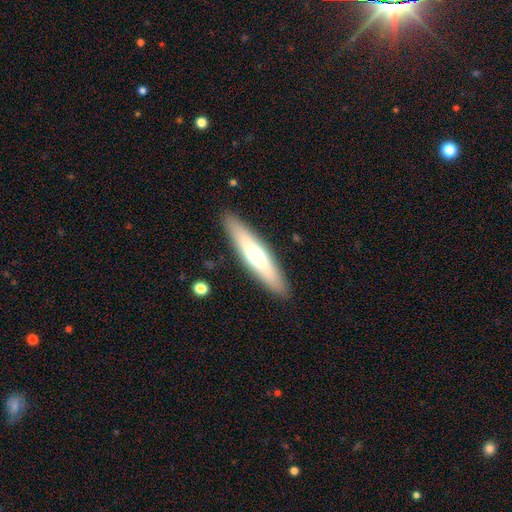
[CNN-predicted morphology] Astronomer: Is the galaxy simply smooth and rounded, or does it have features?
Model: smooth — 56% (runner-up: featured or disk, 38%).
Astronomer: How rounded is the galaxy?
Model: cigar-shaped — 82%.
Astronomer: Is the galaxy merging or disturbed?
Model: none — 90%.